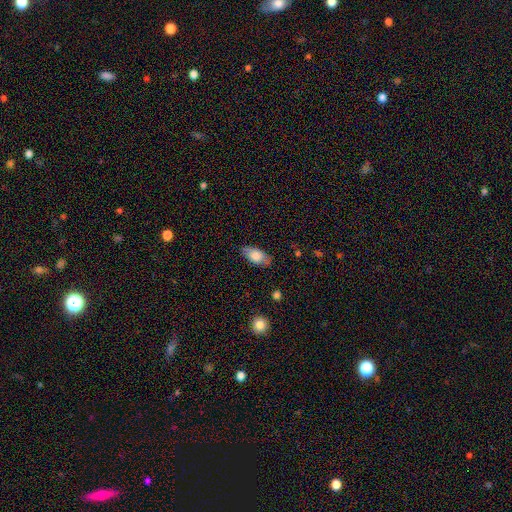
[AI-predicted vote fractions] Smooth or featured?
  - smooth: 77% *
  - featured or disk: 16%
  - star or artifact: 7%
How rounded?
  - in between: 89% *
  - cigar-shaped: 7%
  - round: 4%
Merging?
  - none: 80% *
  - minor disturbance: 16%
  - major disturbance: 3%
  - merger: 1%